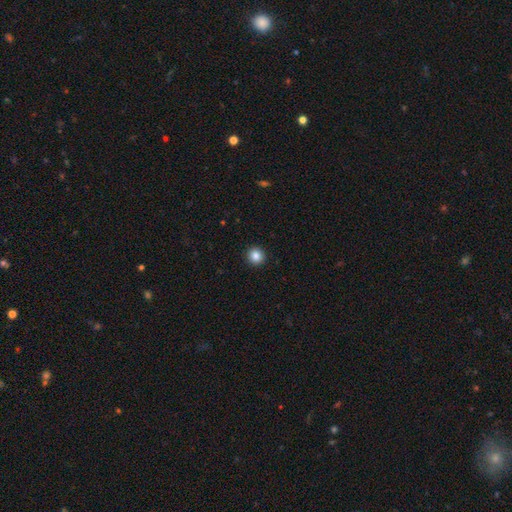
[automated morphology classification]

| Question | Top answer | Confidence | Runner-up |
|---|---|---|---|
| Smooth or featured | smooth | 85% | star or artifact (10%) |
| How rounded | round | 95% | in between (4%) |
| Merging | none | 93% | minor disturbance (4%) |